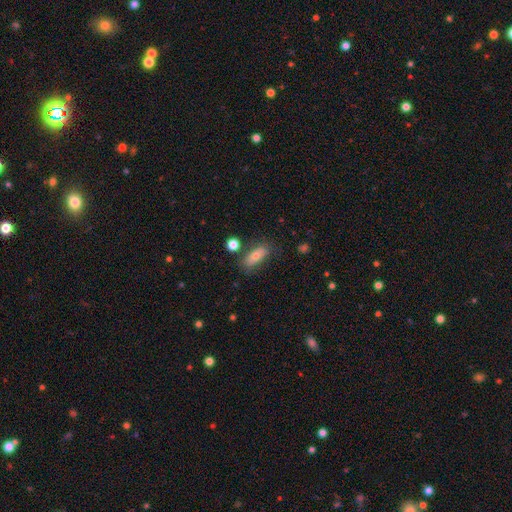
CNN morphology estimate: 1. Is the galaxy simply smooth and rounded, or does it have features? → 68% smooth, 24% featured or disk, 9% star or artifact.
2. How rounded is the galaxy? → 73% in between, 22% cigar-shaped, 5% round.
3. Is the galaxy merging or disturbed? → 72% none, 16% minor disturbance, 6% merger, 5% major disturbance.